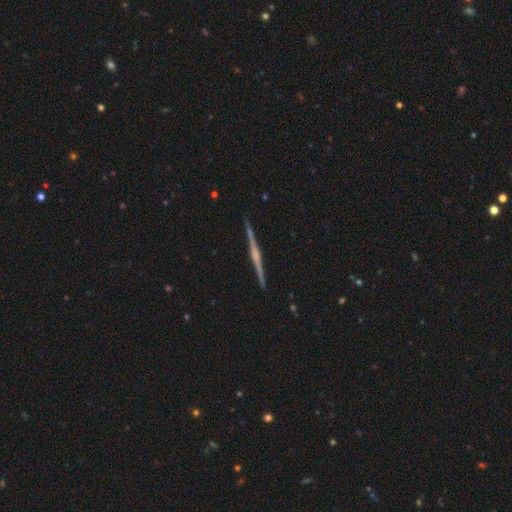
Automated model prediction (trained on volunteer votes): smooth-or-featured: featured or disk: 82% | smooth: 13% | star or artifact: 5%
  disk-edge-on: yes: 99% | no: 1%
    edge-on-bulge: rounded: 56% | none: 26% | boxy: 18%
  merging: none: 92% | minor disturbance: 5% | major disturbance: 1% | merger: 1%